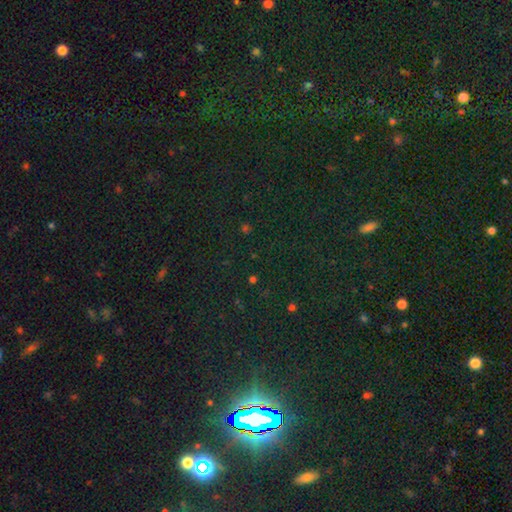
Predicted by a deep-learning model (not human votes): Smooth or featured?
  - star or artifact: 82% *
  - smooth: 12%
  - featured or disk: 7%